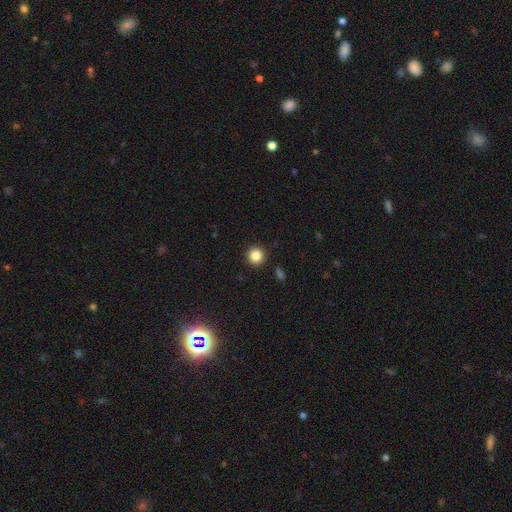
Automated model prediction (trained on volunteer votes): A smooth galaxy with no disk features (84%) that is round (94%). Merging: none (92%).